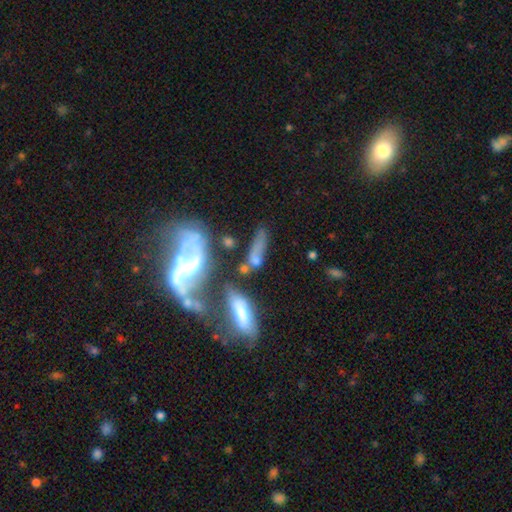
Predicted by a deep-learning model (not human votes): Overall: smooth (50%; featured or disk 38%). Merging: none (33%; merger 29%).